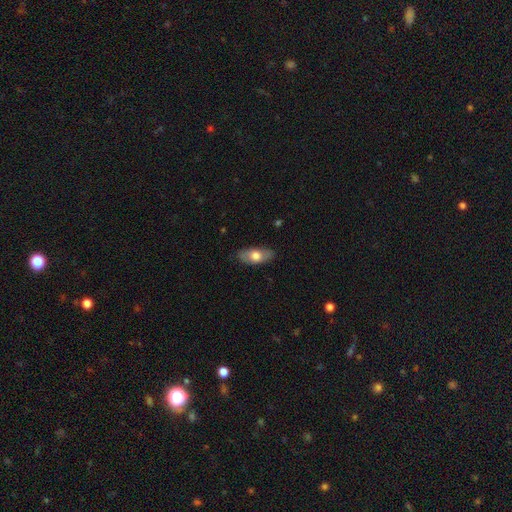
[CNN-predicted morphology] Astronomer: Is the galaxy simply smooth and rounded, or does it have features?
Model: smooth — 66%.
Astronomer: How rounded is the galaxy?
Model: in between — 86%.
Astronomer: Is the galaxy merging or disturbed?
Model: none — 84%.